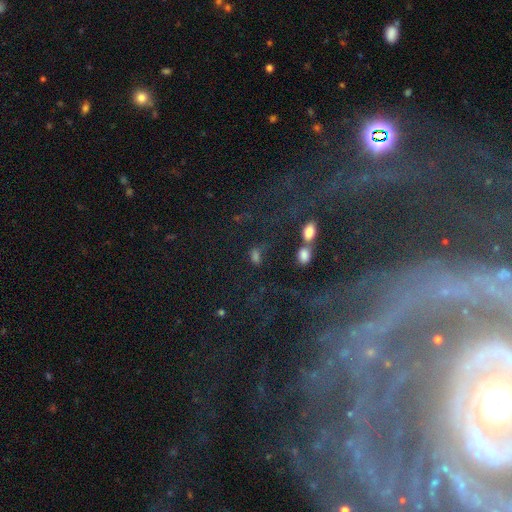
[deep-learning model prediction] Smooth or featured? smooth (55%)
How rounded? in between (61%)
Merging? none (54%)